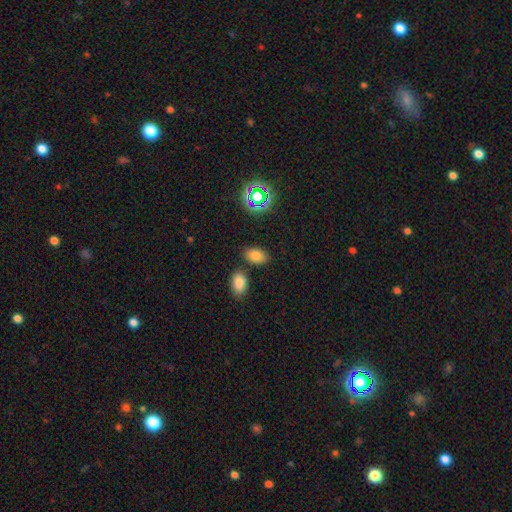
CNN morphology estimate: A smooth galaxy with no disk features (78%) that is in between round and cigar-shaped (90%).

Vote fractions:
- Smooth or featured? smooth: 78% / star or artifact: 15% / featured or disk: 7%
- How rounded? in between: 90% / round: 8% / cigar-shaped: 2%
- Merging? none: 77% / minor disturbance: 11% / merger: 9% / major disturbance: 3%